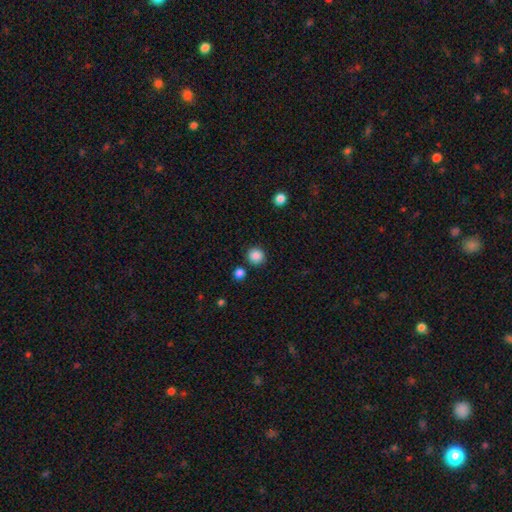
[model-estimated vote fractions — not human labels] smooth 86%, star or artifact 10%, featured or disk 3%. Down the decision tree: how rounded — round (92%); merging — none (85%).